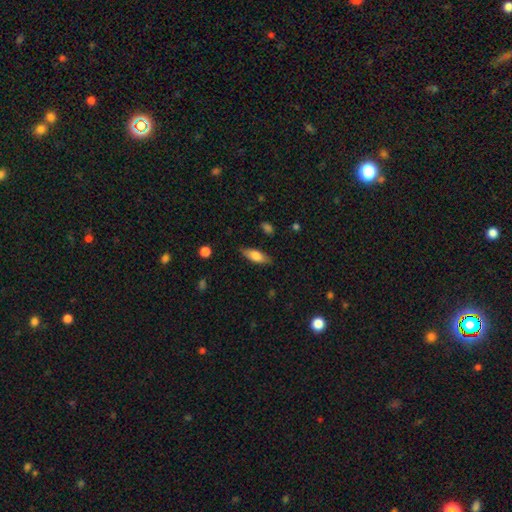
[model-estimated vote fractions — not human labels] smooth 71%, featured or disk 22%, star or artifact 7%. Down the decision tree: how rounded — in between (64%); merging — none (82%).